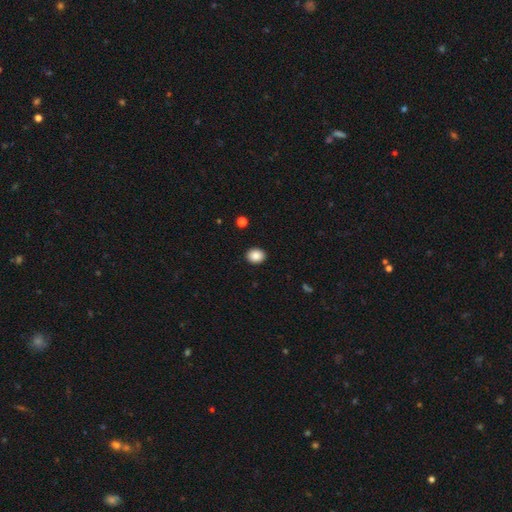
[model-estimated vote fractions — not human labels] smooth 87%, star or artifact 9%, featured or disk 4%. Down the decision tree: how rounded — round (50%); merging — none (91%).